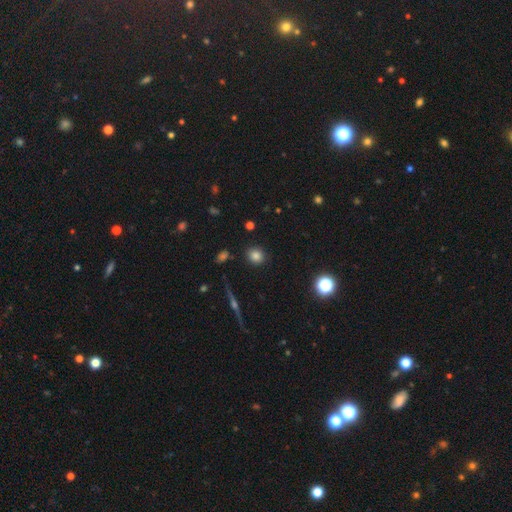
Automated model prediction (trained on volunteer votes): Smooth or featured: smooth — 81% (star or artifact — 11%)
How rounded: round — 81% (in between — 18%)
Merging: none — 88% (minor disturbance — 7%)